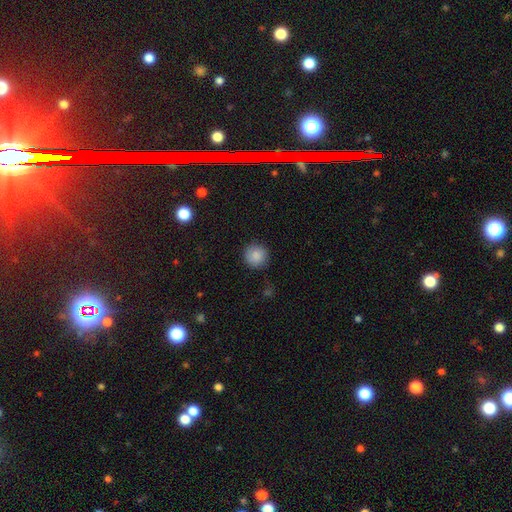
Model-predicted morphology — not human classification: type=smooth (87%); roundness=round (94%); merging=none (86%).